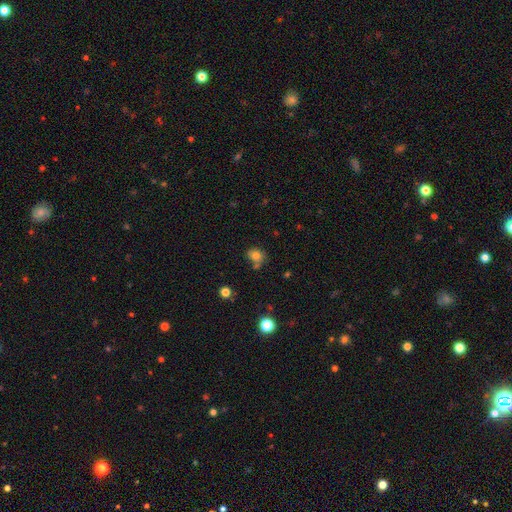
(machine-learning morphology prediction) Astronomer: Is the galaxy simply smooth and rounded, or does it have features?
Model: smooth — 77%.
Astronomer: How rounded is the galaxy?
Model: round — 59% (runner-up: in between, 40%).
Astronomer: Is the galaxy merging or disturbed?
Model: none — 56%.